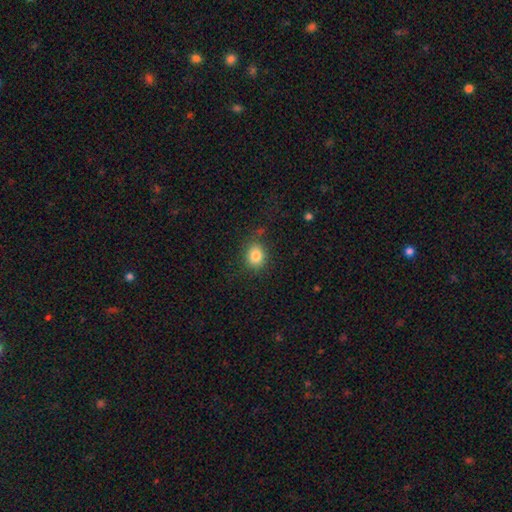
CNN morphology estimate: Smooth or featured? smooth (82%)
How rounded? round (67%)
Merging? none (80%)